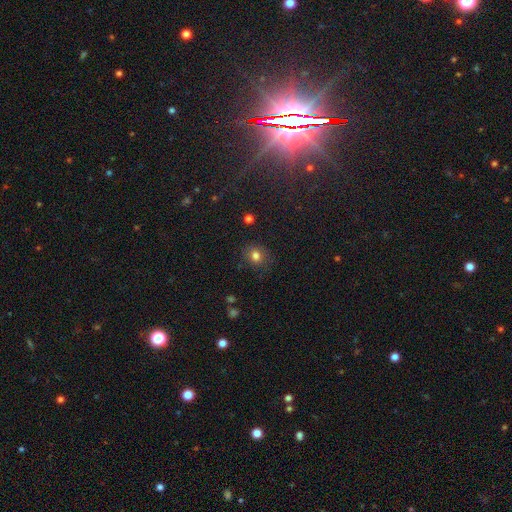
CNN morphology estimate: Overall: smooth (79%). How rounded: round (71%). Merging: none (82%).